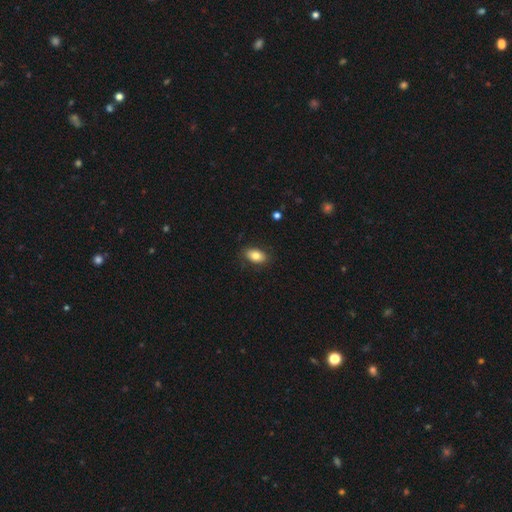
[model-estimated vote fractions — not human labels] Smooth or featured: smooth — 82% (featured or disk — 10%)
How rounded: in between — 89% (round — 9%)
Merging: none — 86% (minor disturbance — 11%)